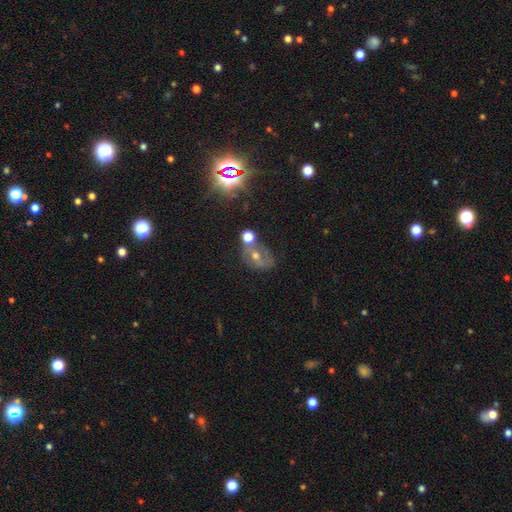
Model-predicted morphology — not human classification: This appears to be a featured or disk galaxy (39%). Merging: none (47%).